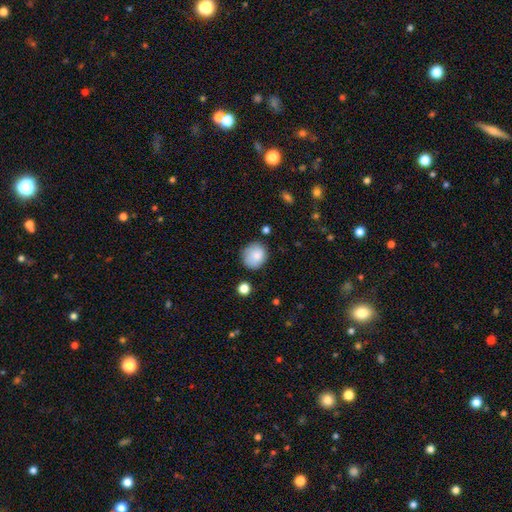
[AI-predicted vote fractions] This is clearly a smooth galaxy (85%). How rounded: clearly round (81%). Merging: likely none (77%).